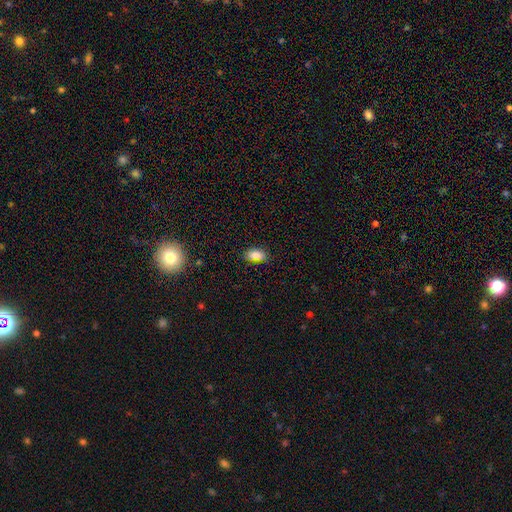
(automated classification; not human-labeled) Q: Smooth or featured?
A: smooth (81%); runner-up: star or artifact (13%)
Q: How rounded?
A: in between (87%); runner-up: round (9%)
Q: Merging?
A: none (78%); runner-up: minor disturbance (16%)